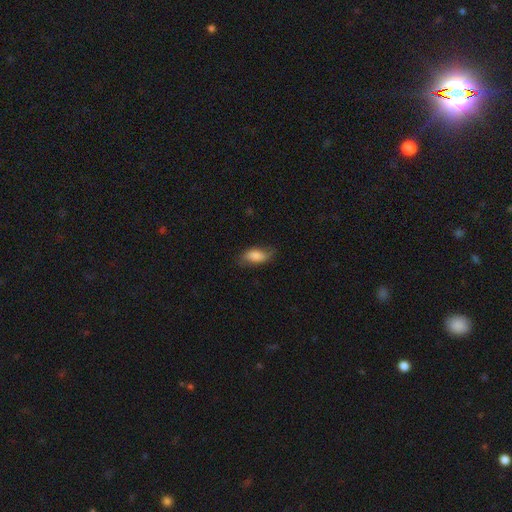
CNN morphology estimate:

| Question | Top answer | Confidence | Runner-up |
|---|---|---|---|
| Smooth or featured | smooth | 81% | featured or disk (12%) |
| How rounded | in between | 87% | cigar-shaped (9%) |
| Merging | none | 71% | minor disturbance (22%) |